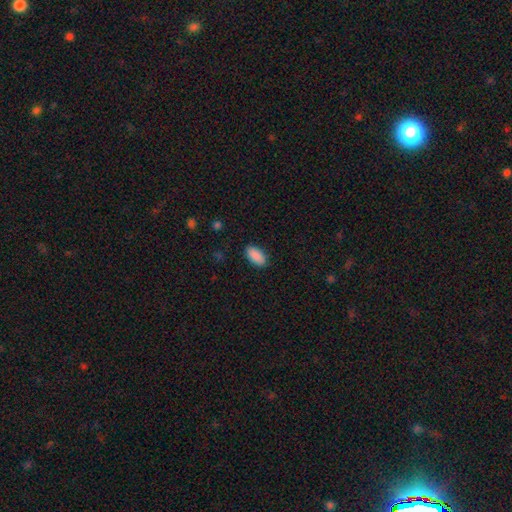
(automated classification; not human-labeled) Smooth or featured: smooth — 90% (star or artifact — 7%)
How rounded: in between — 93% (cigar-shaped — 4%)
Merging: none — 89% (minor disturbance — 8%)